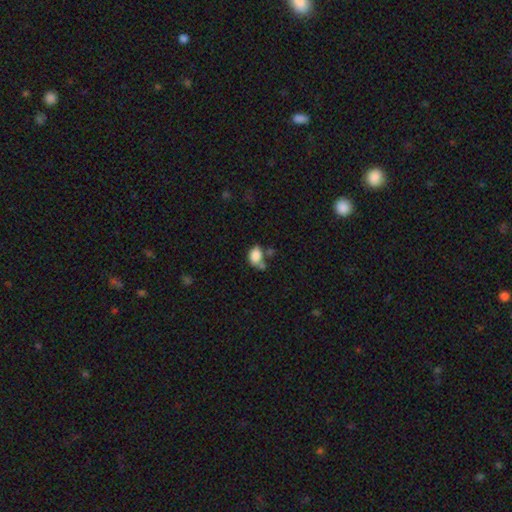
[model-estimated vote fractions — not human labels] A smooth galaxy with no disk features (84%) that is in between round and cigar-shaped (71%).

Vote fractions:
- Smooth or featured? smooth: 84% / star or artifact: 9% / featured or disk: 7%
- How rounded? in between: 71% / round: 28% / cigar-shaped: 1%
- Merging? none: 42% / merger: 31% / minor disturbance: 19% / major disturbance: 8%